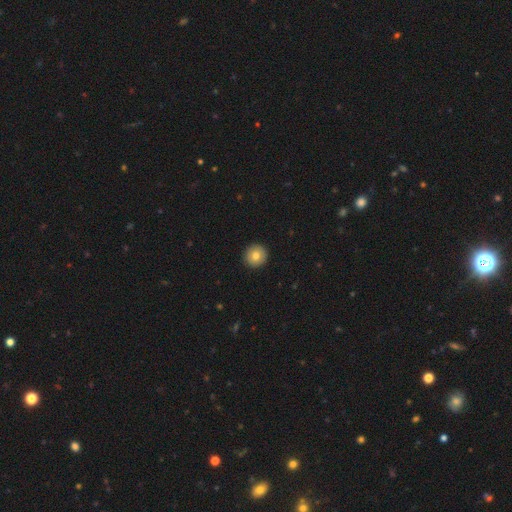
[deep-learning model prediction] This appears to be a smooth galaxy with no disk features (78%) that is round (95%). Merging: none (93%).